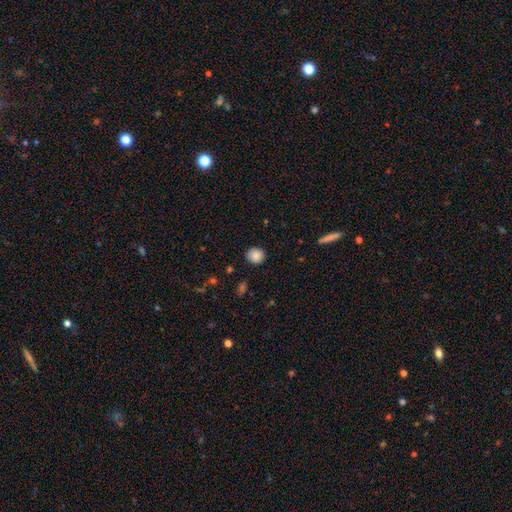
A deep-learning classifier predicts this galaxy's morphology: The model was most divided on "smooth or featured": smooth: 86%, star or artifact: 9%, featured or disk: 5%. More confident: merging — none (89%); how rounded — round (89%).